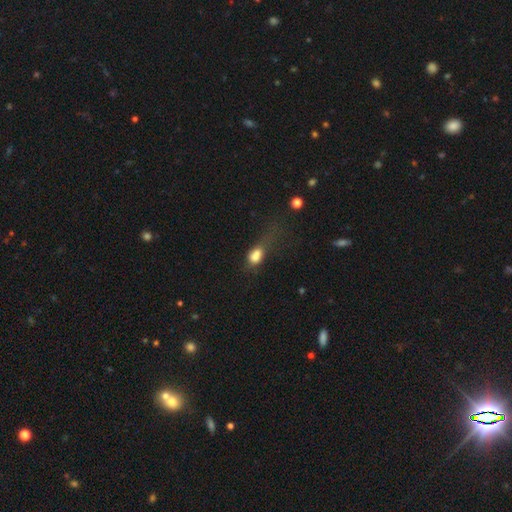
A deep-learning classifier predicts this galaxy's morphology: Q: Smooth or featured?
A: smooth (75%); runner-up: featured or disk (14%)
Q: How rounded?
A: in between (74%); runner-up: round (18%)
Q: Merging?
A: major disturbance (47%); runner-up: minor disturbance (22%)